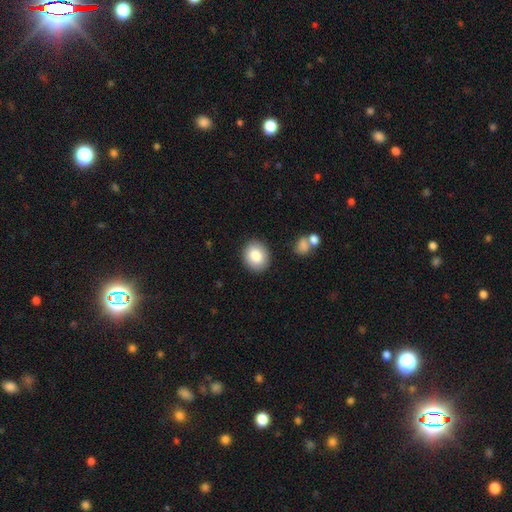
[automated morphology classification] Overall: smooth (83%). How rounded: round (62%; in between 38%). Merging: none (87%).